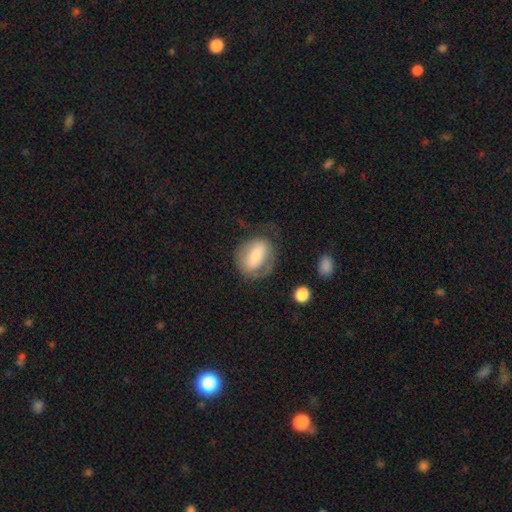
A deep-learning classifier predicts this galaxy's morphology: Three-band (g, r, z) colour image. It shows a smooth galaxy with no disk features (61%) that is in between round and cigar-shaped (70%). Merging: none (51%).